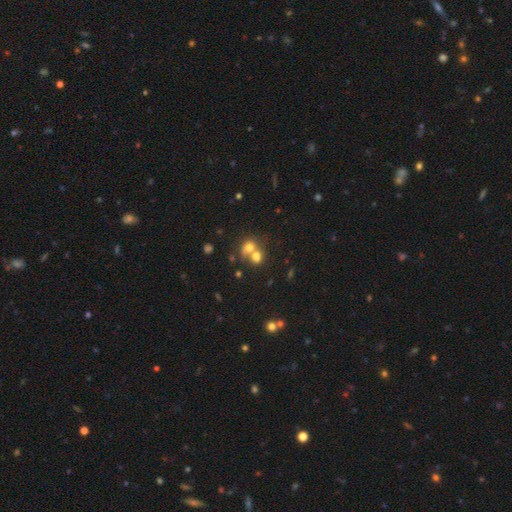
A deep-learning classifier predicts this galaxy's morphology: Smooth or featured: smooth — 68% (featured or disk — 18%)
How rounded: round — 64% (in between — 35%)
Merging: merger — 63% (none — 26%)